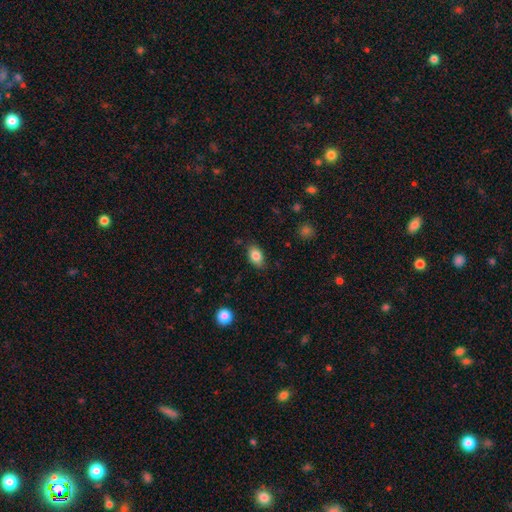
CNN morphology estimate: Overall: smooth (84%). How rounded: in between (87%). Merging: none (83%).